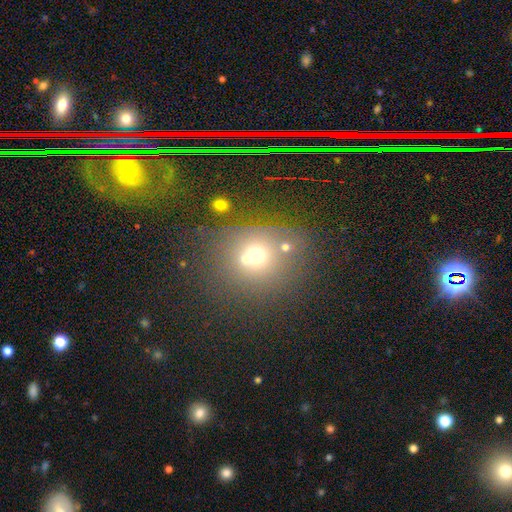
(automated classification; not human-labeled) smooth_or_featured: smooth (p=0.59) [alt: star or artifact p=0.24]
how_rounded: round (p=0.80) [alt: in between p=0.19]
merging: none (p=0.52) [alt: merger p=0.31]